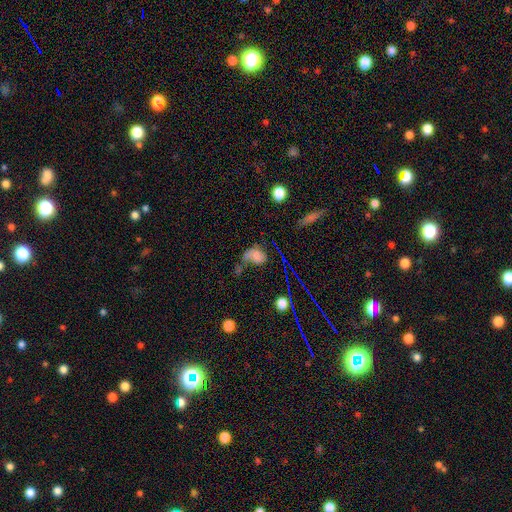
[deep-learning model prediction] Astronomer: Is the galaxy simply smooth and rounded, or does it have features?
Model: smooth — 60%.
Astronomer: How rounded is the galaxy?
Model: in between — 66%.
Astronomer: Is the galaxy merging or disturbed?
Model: major disturbance — 31% (runner-up: none, 27%).